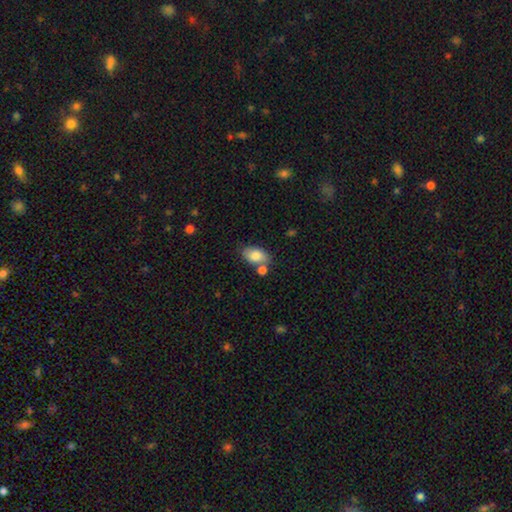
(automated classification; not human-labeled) This is clearly a smooth galaxy (82%). How rounded: clearly in between (90%). Merging: likely none (61%).